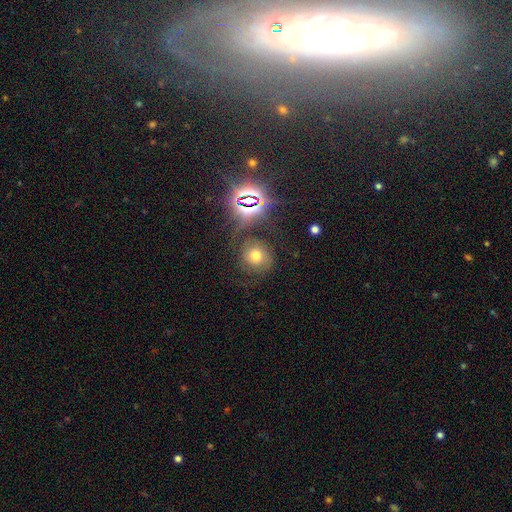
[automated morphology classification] smooth-or-featured: smooth: 53% | star or artifact: 25% | featured or disk: 22%
  how-rounded: round: 82% | in between: 17% | cigar-shaped: 1%
  merging: none: 69% | minor disturbance: 16% | major disturbance: 11% | merger: 4%